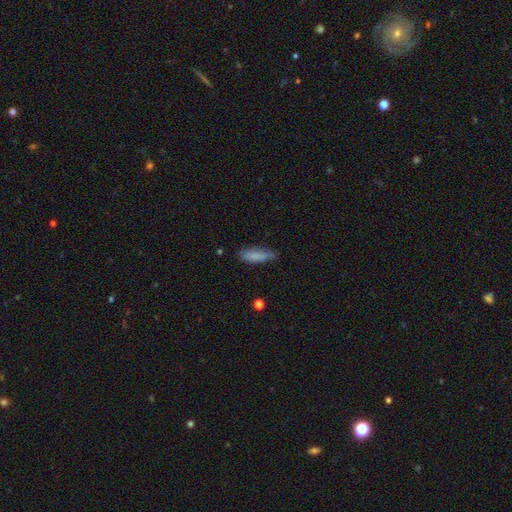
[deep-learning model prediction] smooth 81%, featured or disk 12%, star or artifact 7%. Down the decision tree: how rounded — cigar-shaped (60%); merging — none (67%).